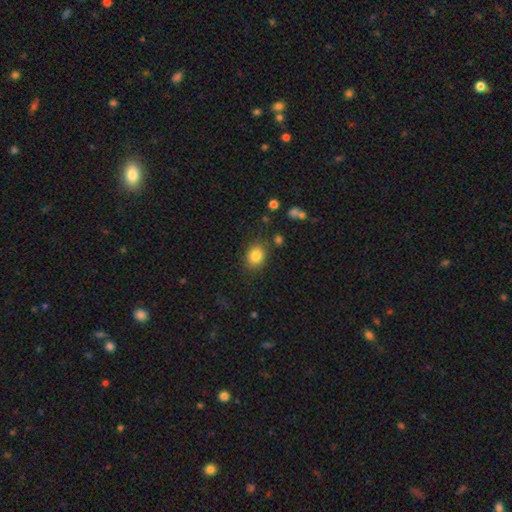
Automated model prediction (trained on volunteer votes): Smooth or featured? smooth (84%)
How rounded? in between (50%)
Merging? none (82%)